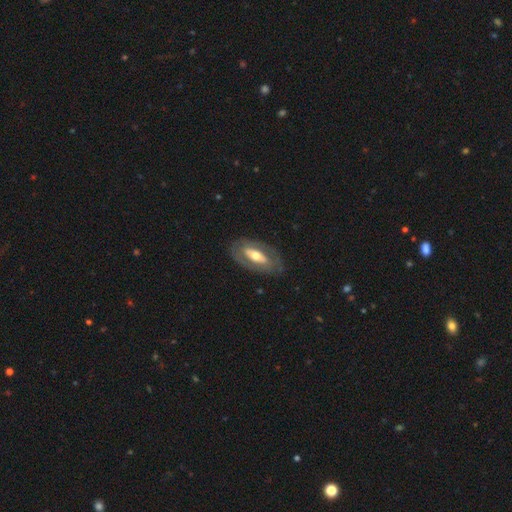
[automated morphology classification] This is likely a featured or disk galaxy (61%). It is clearly not viewed edge-on (85%). Bar: possibly no (52%). Spiral arm pattern: likely no (73%). Central bulge: likely moderate (67%). Merging: likely none (78%).